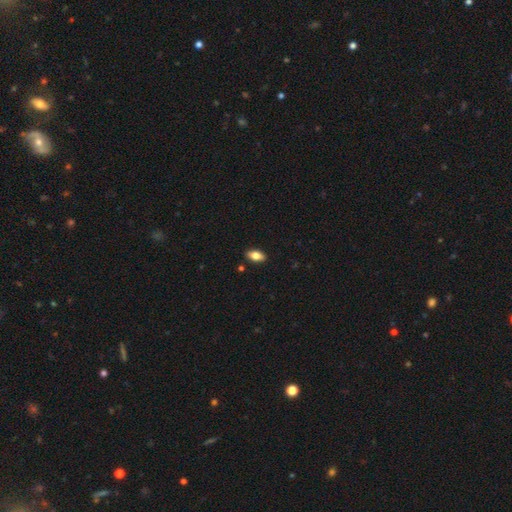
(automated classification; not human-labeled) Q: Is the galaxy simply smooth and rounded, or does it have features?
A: smooth — 78%.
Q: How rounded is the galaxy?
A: in between — 90%.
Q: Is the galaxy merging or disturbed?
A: none — 89%.